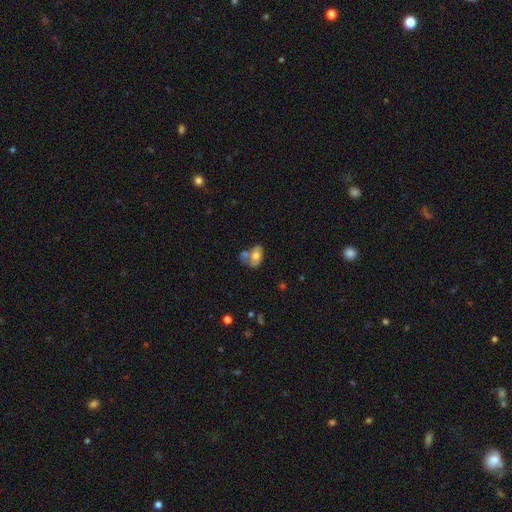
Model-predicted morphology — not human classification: Smooth or featured: smooth — 64% (featured or disk — 28%)
How rounded: in between — 85% (round — 13%)
Merging: merger — 44% (none — 30%)